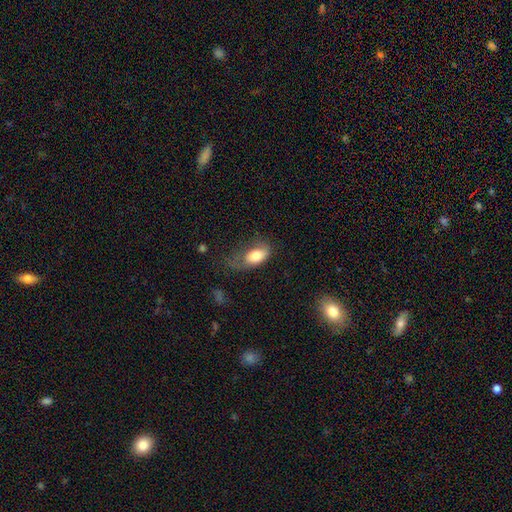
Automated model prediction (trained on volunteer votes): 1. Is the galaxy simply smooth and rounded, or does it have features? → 76% smooth, 17% featured or disk, 7% star or artifact.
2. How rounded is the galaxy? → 89% in between, 7% round, 4% cigar-shaped.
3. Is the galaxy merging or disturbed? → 37% major disturbance, 31% minor disturbance, 30% none, 3% merger.